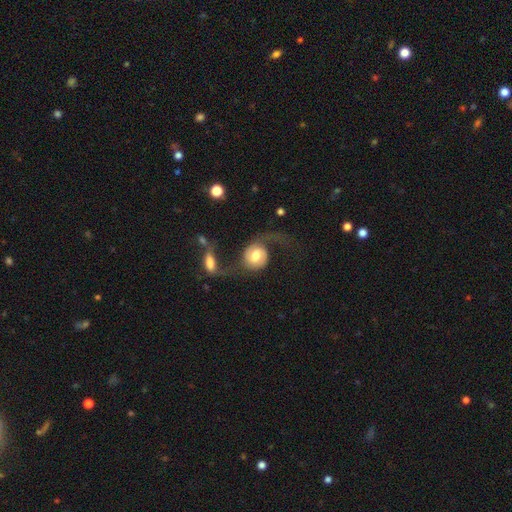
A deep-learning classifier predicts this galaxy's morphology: This is likely a featured or disk galaxy (66%). It is clearly not viewed edge-on (97%). Bar: likely no (61%). Spiral arm pattern: clearly yes (88%). Spiral arm count: likely 2 (76%). Spiral winding: likely loose (69%). Central bulge: possibly moderate (59%). Merging: marginally none (34%).